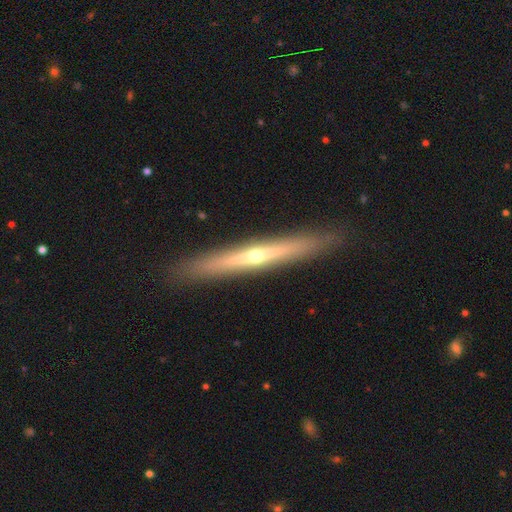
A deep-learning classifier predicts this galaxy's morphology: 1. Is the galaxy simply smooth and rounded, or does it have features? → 72% featured or disk, 22% smooth, 6% star or artifact.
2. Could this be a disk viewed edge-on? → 95% yes, 5% no.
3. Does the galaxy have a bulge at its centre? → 81% rounded, 17% none, 2% boxy.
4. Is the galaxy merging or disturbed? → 91% none, 7% minor disturbance, 1% major disturbance, 1% merger.